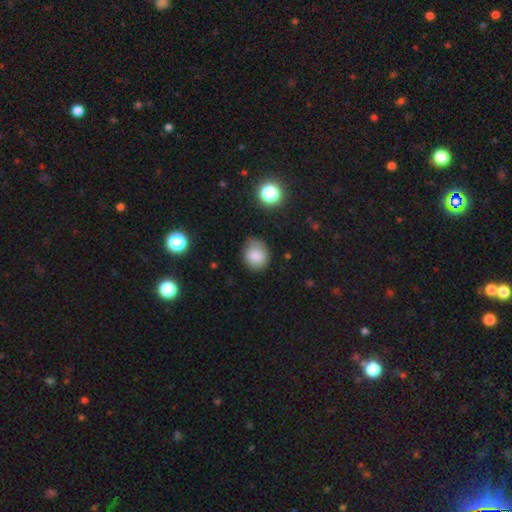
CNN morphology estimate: A smooth galaxy with no disk features (84%) that is round (65%).

Vote fractions:
- Smooth or featured? smooth: 84% / star or artifact: 10% / featured or disk: 6%
- How rounded? round: 65% / in between: 35% / cigar-shaped: 1%
- Merging? none: 69% / minor disturbance: 24% / major disturbance: 5% / merger: 2%